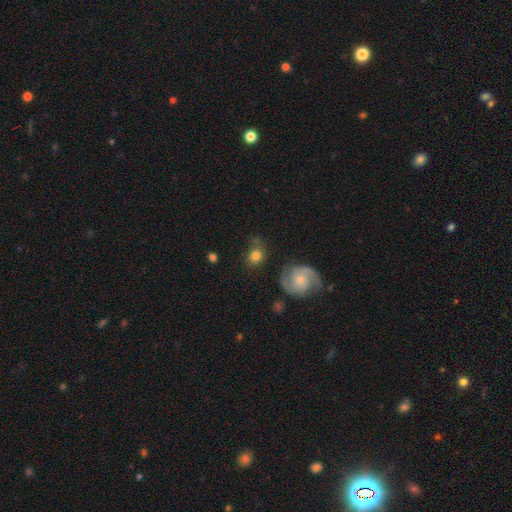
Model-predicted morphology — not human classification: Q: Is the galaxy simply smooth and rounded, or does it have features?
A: smooth — 69%.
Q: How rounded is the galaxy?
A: round — 64%.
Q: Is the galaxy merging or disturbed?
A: none — 67%.